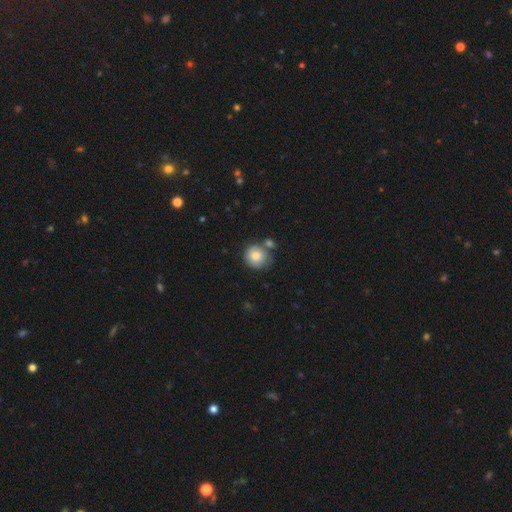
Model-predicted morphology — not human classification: smooth_or_featured: smooth (p=0.81) [alt: featured or disk p=0.12]
how_rounded: round (p=0.89) [alt: in between p=0.10]
merging: none (p=0.62) [alt: merger p=0.18]